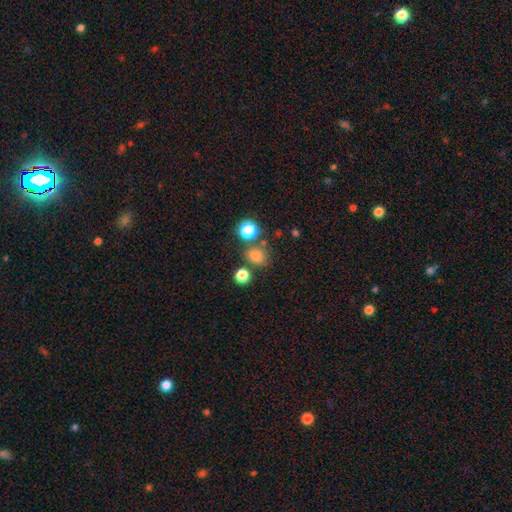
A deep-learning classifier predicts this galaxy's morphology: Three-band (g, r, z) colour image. It shows a smooth galaxy with no disk features (76%) that is round (70%). Merging: none (70%).